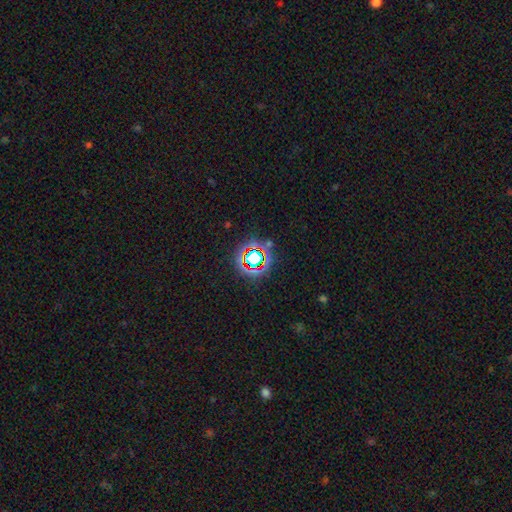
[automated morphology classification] smooth-or-featured: star or artifact: 62% | smooth: 25% | featured or disk: 13%